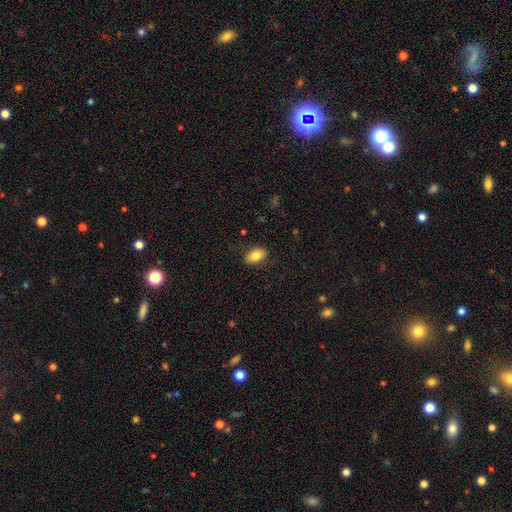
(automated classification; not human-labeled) smooth 81%, featured or disk 12%, star or artifact 7%. Down the decision tree: how rounded — in between (90%); merging — none (86%).